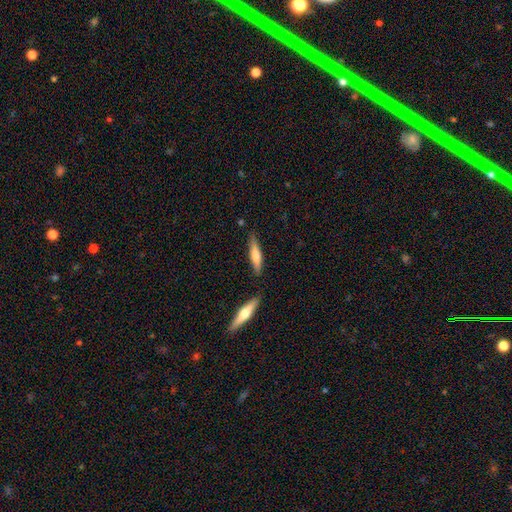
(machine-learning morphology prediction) Overall: smooth (56%; featured or disk 38%). How rounded: cigar-shaped (81%). Merging: none (79%).